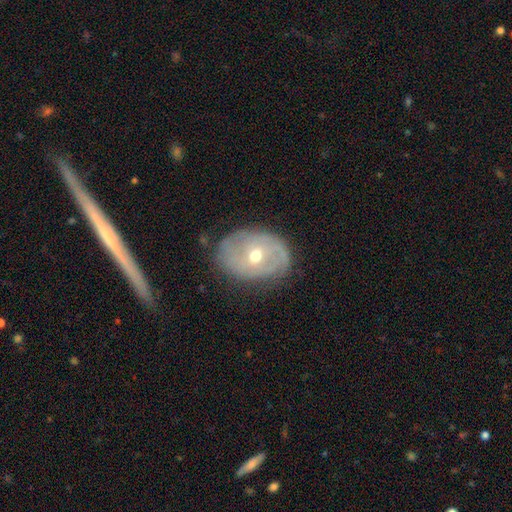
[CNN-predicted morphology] A featured or disk galaxy (67%) with no bar (63%), spiral arms (67%) and a moderate central bulge (61%).

Vote fractions:
- Smooth or featured? featured or disk: 67% / smooth: 25% / star or artifact: 8%
- Edge-on disk? no: 94% / yes: 6%
- Bar? no: 63% / weak: 29% / strong: 8%
- Spiral arms? yes: 67% / no: 33%
- Bulge size? moderate: 61% / small: 35% / large: 2% / dominant: 1% / none: 1%
- Merging? none: 73% / minor disturbance: 19% / major disturbance: 6% / merger: 2%